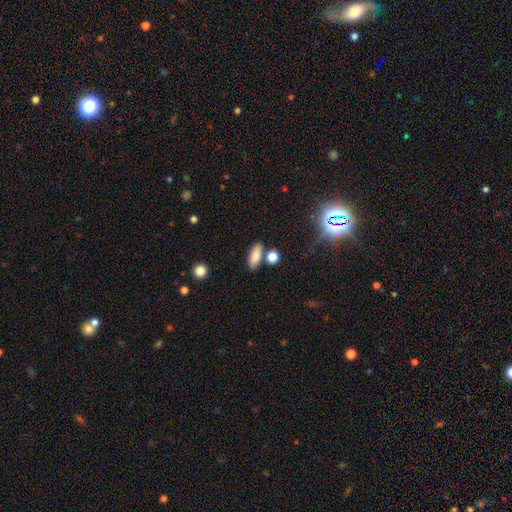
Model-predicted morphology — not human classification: A smooth galaxy with no disk features (81%) that is in between round and cigar-shaped (75%).

Vote fractions:
- Smooth or featured? smooth: 81% / star or artifact: 10% / featured or disk: 9%
- How rounded? in between: 75% / cigar-shaped: 20% / round: 5%
- Merging? none: 76% / minor disturbance: 11% / merger: 10% / major disturbance: 3%